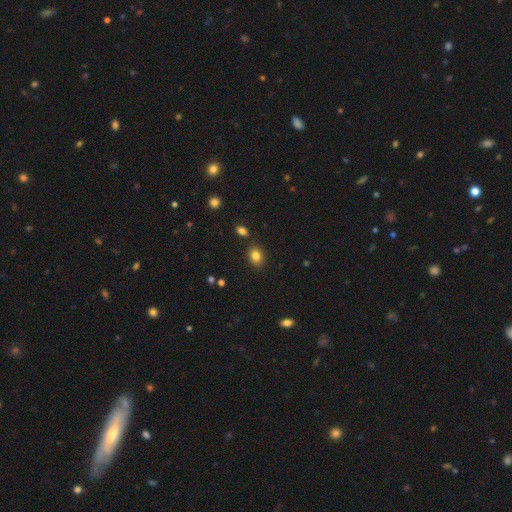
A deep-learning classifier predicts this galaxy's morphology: Smooth or featured?
  - smooth: 83% *
  - star or artifact: 11%
  - featured or disk: 6%
How rounded?
  - in between: 68% *
  - round: 30%
  - cigar-shaped: 1%
Merging?
  - none: 83% *
  - minor disturbance: 10%
  - merger: 5%
  - major disturbance: 3%